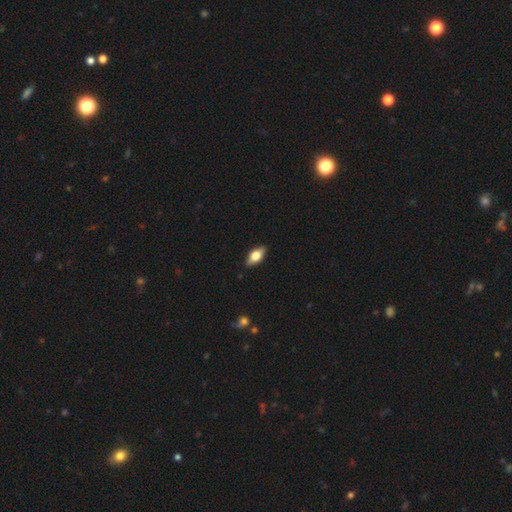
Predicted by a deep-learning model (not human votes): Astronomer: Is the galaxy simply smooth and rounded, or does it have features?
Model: smooth — 65%.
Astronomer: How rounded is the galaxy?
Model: in between — 85%.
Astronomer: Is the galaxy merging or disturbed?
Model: none — 87%.